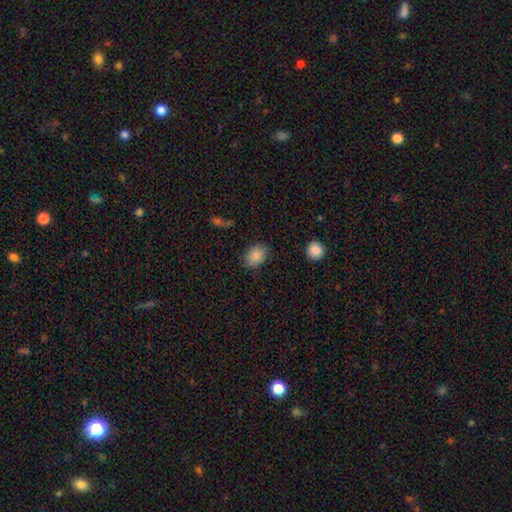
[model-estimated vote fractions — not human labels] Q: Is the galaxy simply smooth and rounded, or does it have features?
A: smooth — 87%.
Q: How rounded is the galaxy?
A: in between — 73%.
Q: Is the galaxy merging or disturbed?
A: none — 80%.